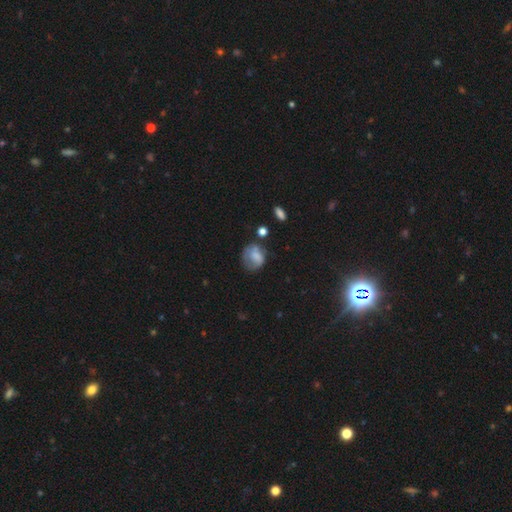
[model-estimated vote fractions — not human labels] smooth_or_featured: smooth (p=0.60) [alt: featured or disk p=0.30]
how_rounded: round (p=0.61) [alt: in between p=0.37]
merging: none (p=0.43) [alt: minor disturbance p=0.29]